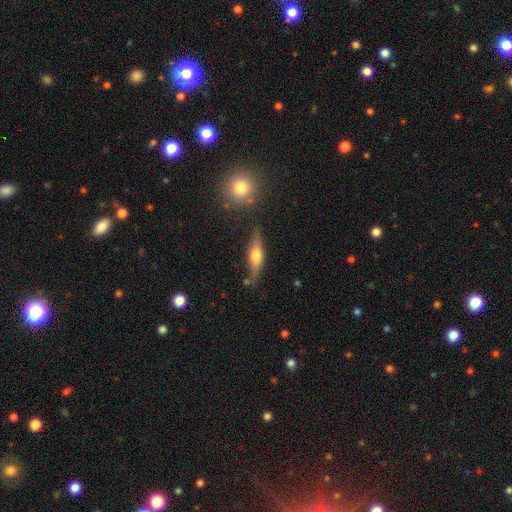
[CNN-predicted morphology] This is possibly a featured or disk galaxy (55%). It is clearly viewed edge-on (90%). Merging: likely none (78%).